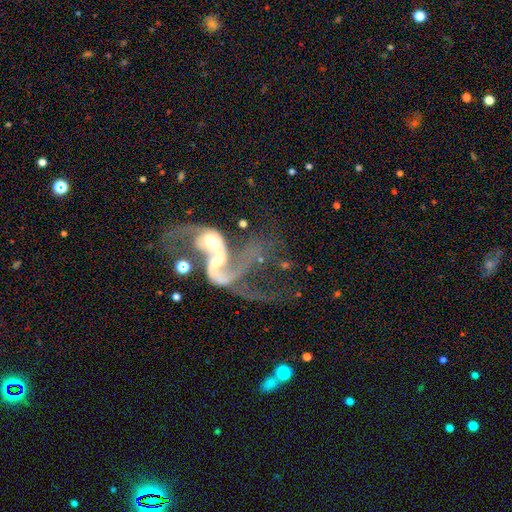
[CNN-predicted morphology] smooth-or-featured: featured or disk: 83% | smooth: 9% | star or artifact: 8%
  disk-edge-on: no: 97% | yes: 3%
    bar: no: 54% | weak: 31% | strong: 15%
    has-spiral-arms: yes: 83% | no: 17%
      spiral-winding: loose: 74% | medium: 20% | tight: 5%
      spiral-arm-count: 2: 68% | 1: 15% | can't tell: 10% | 3: 4% | 4: 2% | more than 4: 2%
    bulge-size: moderate: 48% | small: 34% | large: 8% | none: 7% | dominant: 2%
  merging: merger: 67% | major disturbance: 18% | none: 10% | minor disturbance: 5%